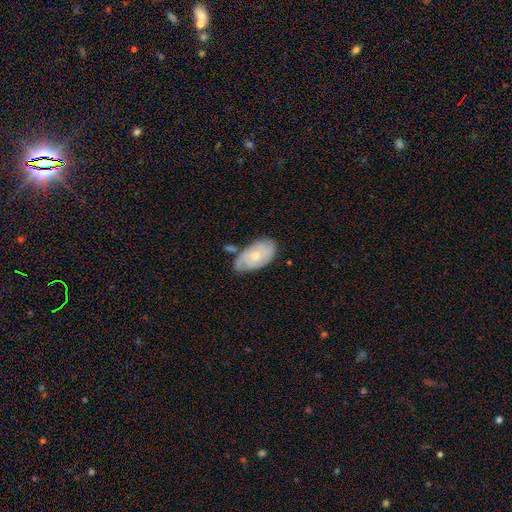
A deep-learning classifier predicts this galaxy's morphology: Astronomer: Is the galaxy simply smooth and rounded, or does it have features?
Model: smooth — 47% (runner-up: featured or disk, 46%).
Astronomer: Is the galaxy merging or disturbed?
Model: none — 62%.